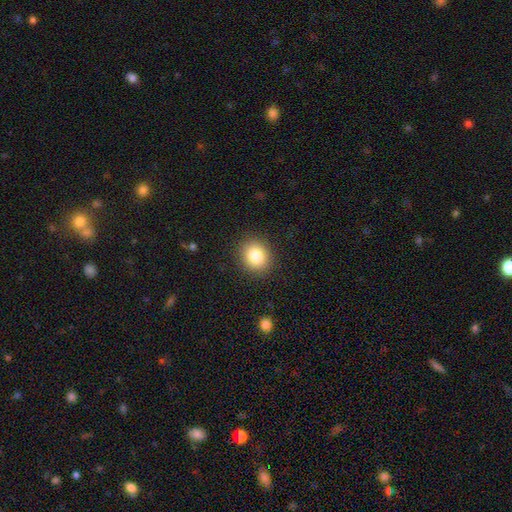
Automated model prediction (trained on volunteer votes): Morphology: type=smooth (86%); roundness=round (74%); merging=none (89%).